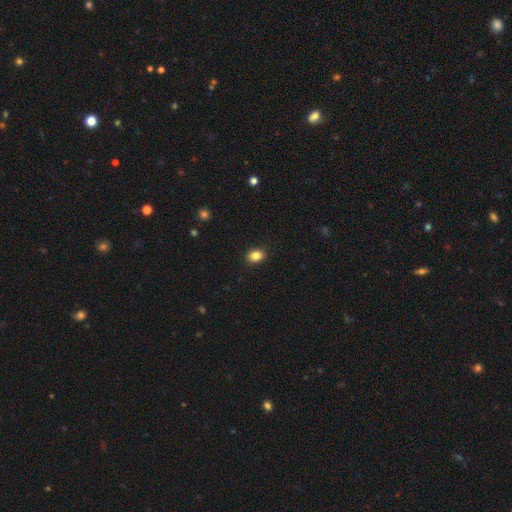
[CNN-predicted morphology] smooth 85%, star or artifact 10%, featured or disk 5%. Down the decision tree: how rounded — in between (66%); merging — none (90%).